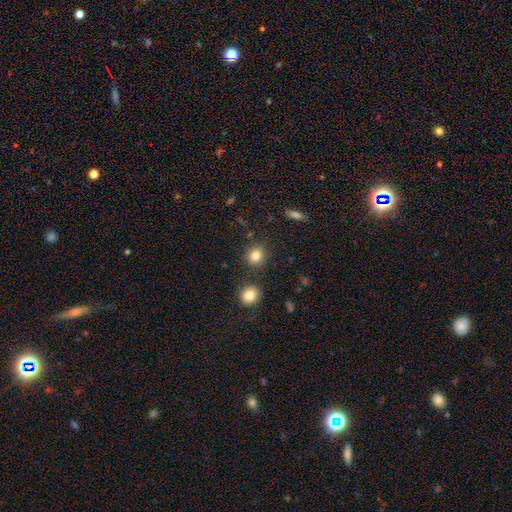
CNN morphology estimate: Smooth or featured?
  - smooth: 82% *
  - star or artifact: 11%
  - featured or disk: 6%
How rounded?
  - round: 85% *
  - in between: 14%
  - cigar-shaped: 1%
Merging?
  - none: 86% *
  - minor disturbance: 7%
  - merger: 4%
  - major disturbance: 2%